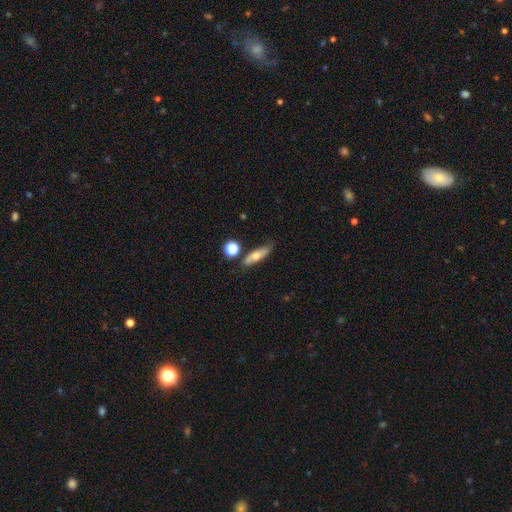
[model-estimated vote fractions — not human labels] smooth_or_featured: smooth (p=0.58) [alt: featured or disk p=0.34]
how_rounded: cigar-shaped (p=0.51) [alt: in between p=0.43]
merging: none (p=0.73) [alt: minor disturbance p=0.17]